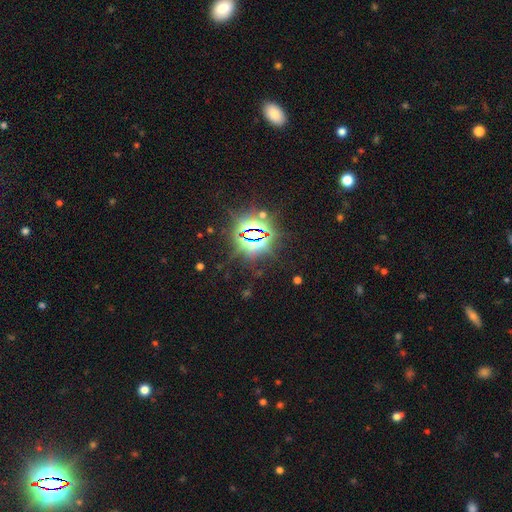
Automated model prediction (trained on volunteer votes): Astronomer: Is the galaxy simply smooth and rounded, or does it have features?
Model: star or artifact — 84%.